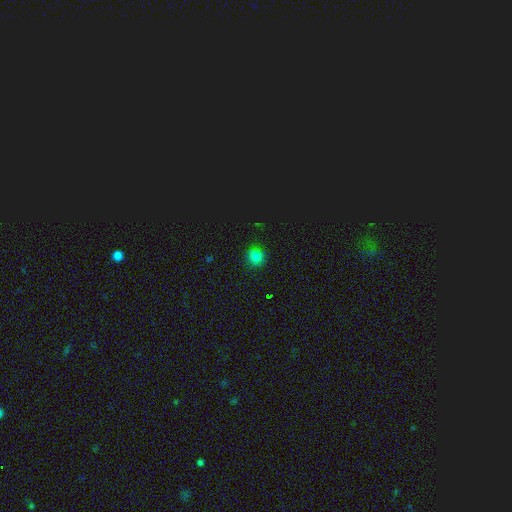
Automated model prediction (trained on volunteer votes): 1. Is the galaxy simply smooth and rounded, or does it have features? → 77% smooth, 18% star or artifact, 5% featured or disk.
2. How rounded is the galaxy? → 88% round, 11% in between, 1% cigar-shaped.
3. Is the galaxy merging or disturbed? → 85% none, 11% minor disturbance, 3% major disturbance, 1% merger.